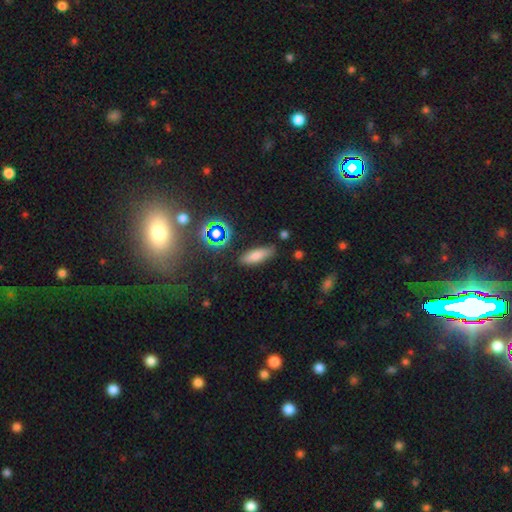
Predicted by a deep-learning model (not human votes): Overall: smooth (70%). How rounded: in between (55%; cigar-shaped 41%). Merging: none (81%).